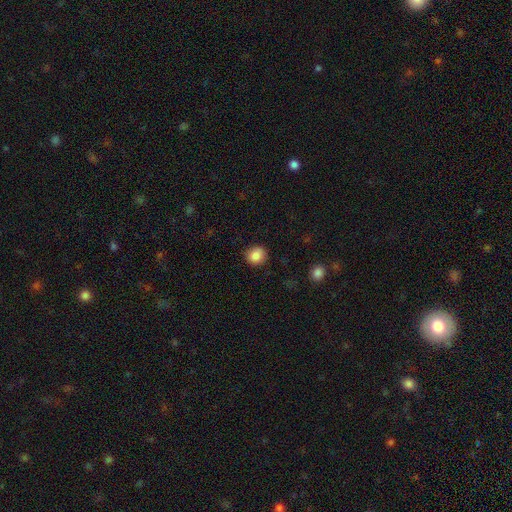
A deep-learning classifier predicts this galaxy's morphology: Smooth or featured? Predicted: smooth (p=0.86). How rounded? Predicted: round (p=0.89). Merging? Predicted: none (p=0.89).